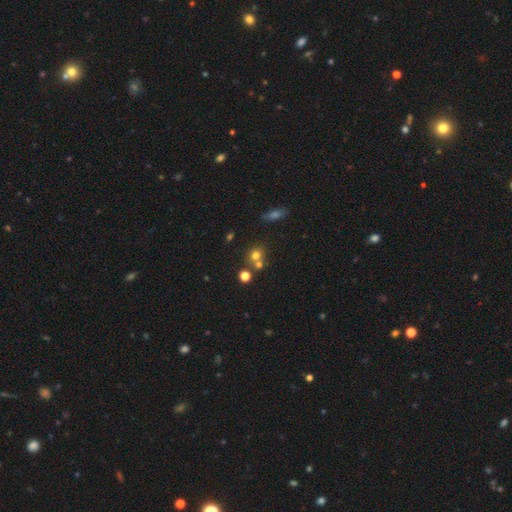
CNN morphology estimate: A smooth galaxy with no disk features (68%) that is round (81%). Merging: none (53%).